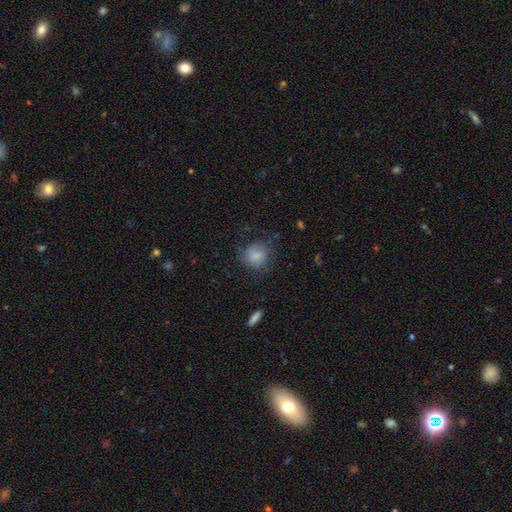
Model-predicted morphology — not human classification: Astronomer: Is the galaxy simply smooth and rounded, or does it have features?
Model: smooth — 78%.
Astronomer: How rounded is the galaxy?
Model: round — 79%.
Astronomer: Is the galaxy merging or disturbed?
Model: none — 66%.